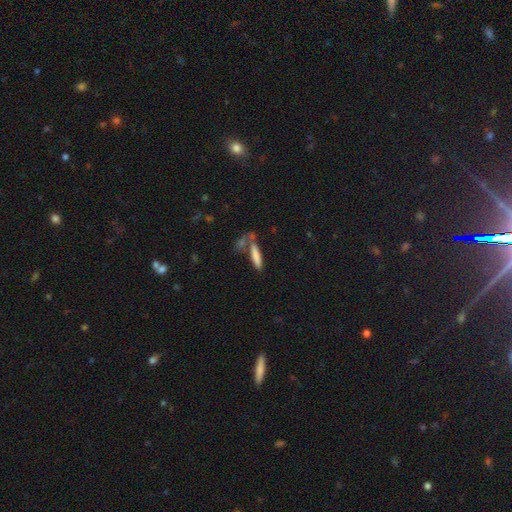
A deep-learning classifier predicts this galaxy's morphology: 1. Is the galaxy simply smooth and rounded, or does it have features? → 78% smooth, 14% featured or disk, 8% star or artifact.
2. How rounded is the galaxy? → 83% cigar-shaped, 16% in between, 2% round.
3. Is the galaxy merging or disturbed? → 57% none, 23% merger, 14% minor disturbance, 6% major disturbance.